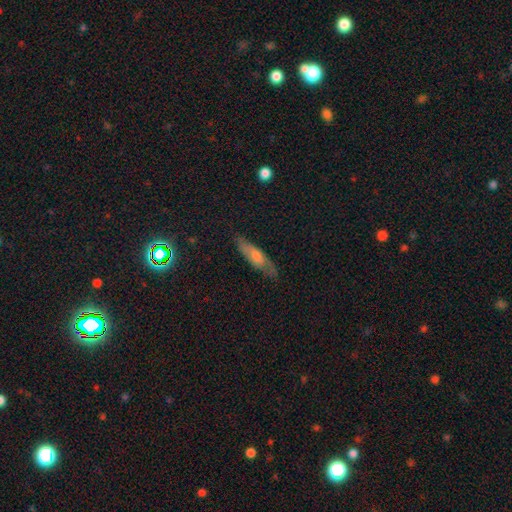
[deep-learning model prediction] Morphology: type=smooth (51%); roundness=cigar-shaped (66%); merging=none (78%).